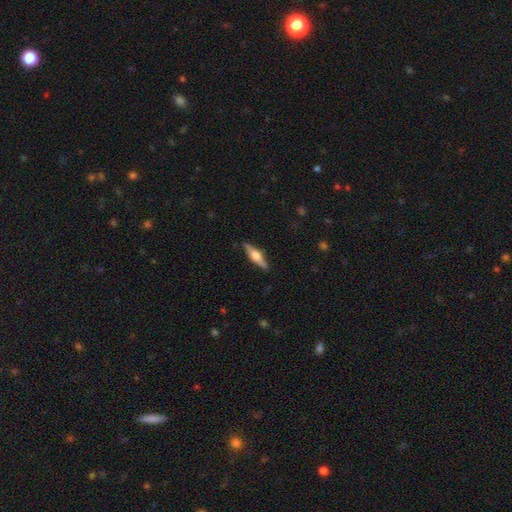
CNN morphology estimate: Smooth or featured? Predicted: featured or disk (p=0.65). Edge-on disk? Predicted: yes (p=0.97). Edge-on bulge? Predicted: rounded (p=0.92). Merging? Predicted: none (p=0.89).